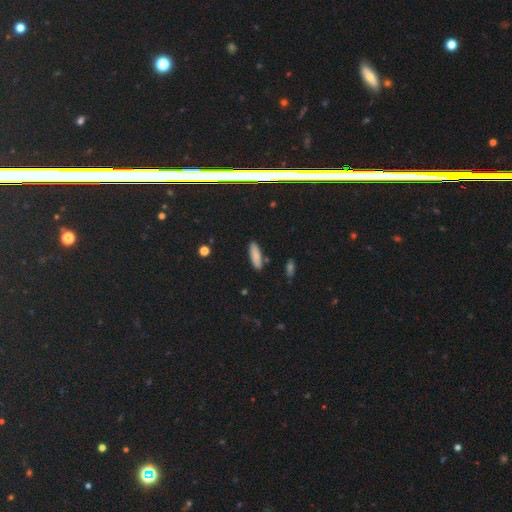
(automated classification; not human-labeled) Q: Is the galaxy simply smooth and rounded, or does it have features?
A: smooth — 81%.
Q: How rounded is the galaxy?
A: cigar-shaped — 56%.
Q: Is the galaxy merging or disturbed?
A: none — 84%.